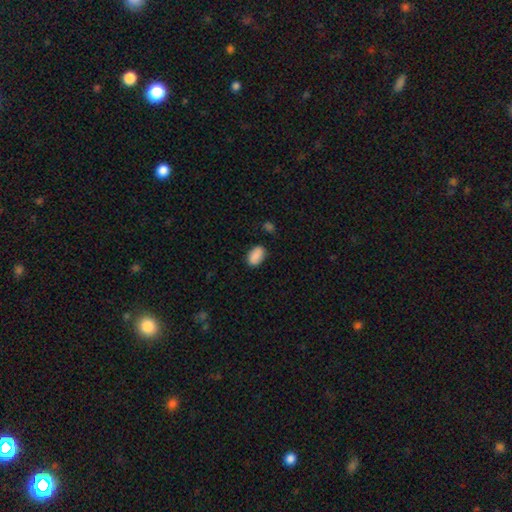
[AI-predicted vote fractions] Smooth or featured? Predicted: smooth (p=0.89). How rounded? Predicted: in between (p=0.91). Merging? Predicted: none (p=0.84).